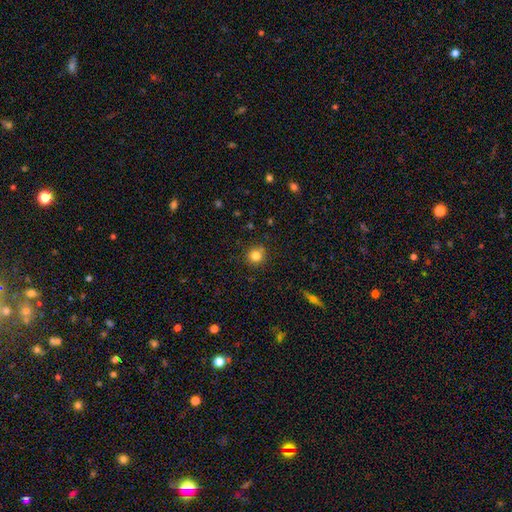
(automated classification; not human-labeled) smooth-or-featured: smooth: 82% | star or artifact: 12% | featured or disk: 6%
  how-rounded: round: 92% | in between: 7% | cigar-shaped: 1%
  merging: none: 83% | minor disturbance: 10% | merger: 4% | major disturbance: 3%